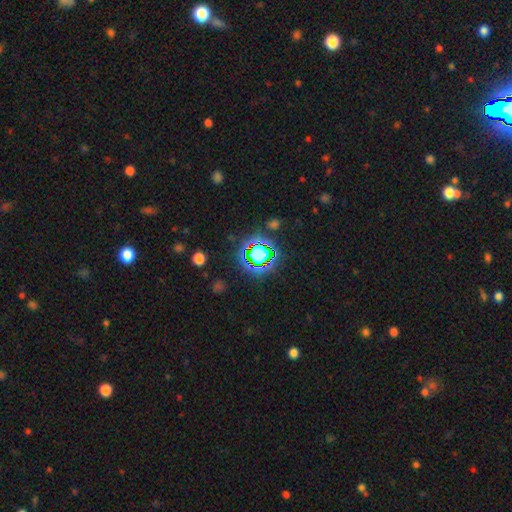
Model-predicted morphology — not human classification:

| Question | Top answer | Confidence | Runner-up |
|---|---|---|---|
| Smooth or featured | star or artifact | 80% | smooth (12%) |